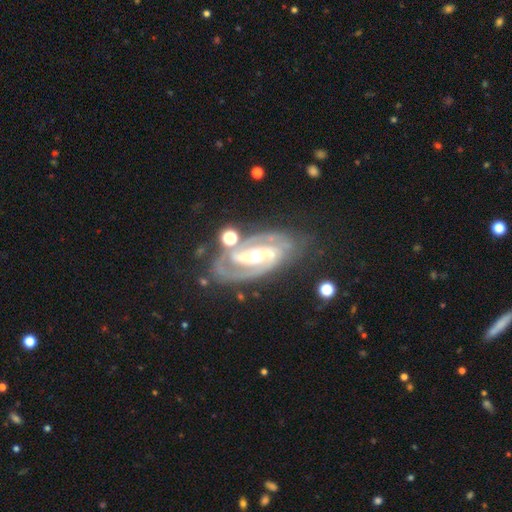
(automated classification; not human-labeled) This appears to be a featured or disk galaxy (91%) with a strong bar (50%), 2 (88%) tight (47%) spiral arms (97%) and a moderate central bulge (60%). Merging: none (69%).